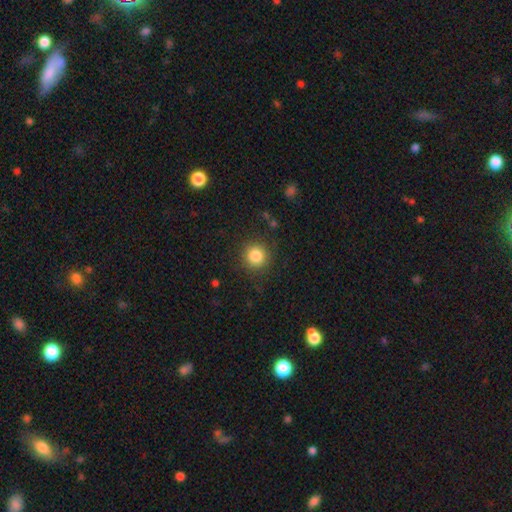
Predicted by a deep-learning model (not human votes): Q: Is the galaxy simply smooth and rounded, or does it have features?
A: smooth — 84%.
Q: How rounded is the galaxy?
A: round — 94%.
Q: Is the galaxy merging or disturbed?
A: none — 88%.